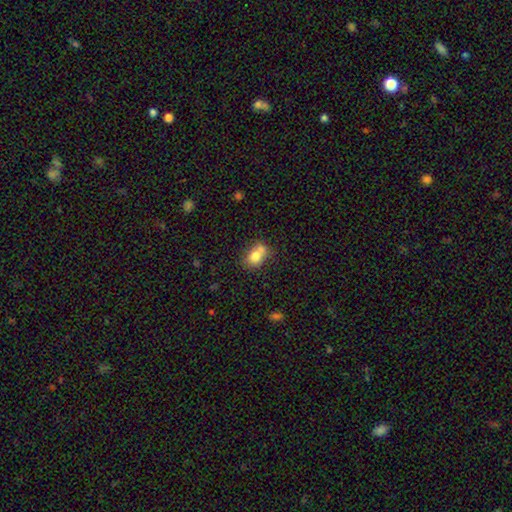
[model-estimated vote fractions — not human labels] Smooth or featured? smooth (77%)
How rounded? in between (60%)
Merging? none (43%)